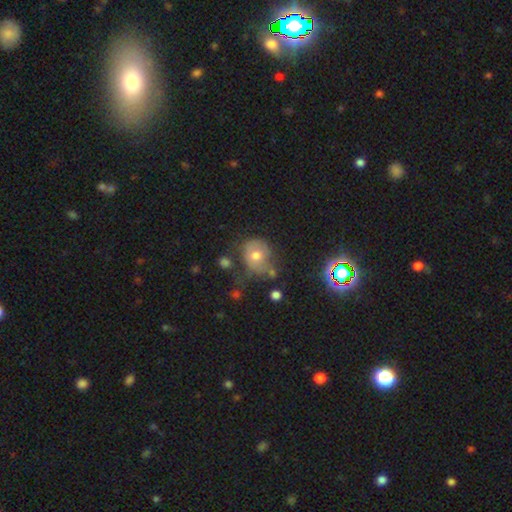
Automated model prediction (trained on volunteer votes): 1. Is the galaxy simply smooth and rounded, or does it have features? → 60% smooth, 24% featured or disk, 16% star or artifact.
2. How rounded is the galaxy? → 66% round, 33% in between, 1% cigar-shaped.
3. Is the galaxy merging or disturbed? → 45% none, 30% minor disturbance, 16% major disturbance, 9% merger.